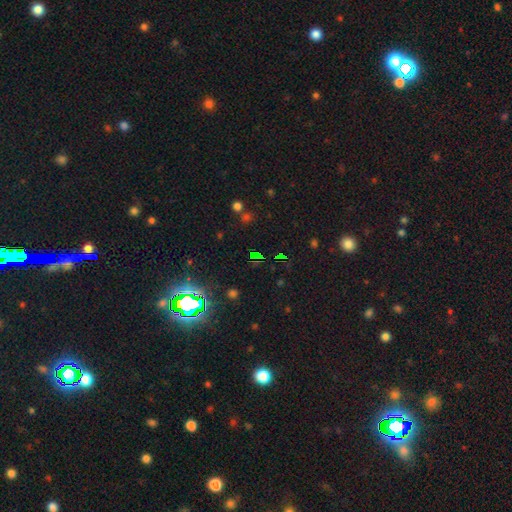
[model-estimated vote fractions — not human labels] A star or artifact, not a galaxy (72%).

Vote fractions:
- Smooth or featured? star or artifact: 72% / smooth: 19% / featured or disk: 9%